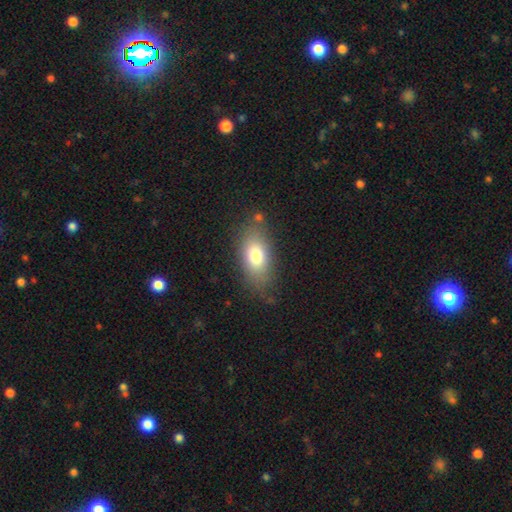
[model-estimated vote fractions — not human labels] Q: Smooth or featured?
A: smooth (75%); runner-up: featured or disk (16%)
Q: How rounded?
A: in between (84%); runner-up: round (8%)
Q: Merging?
A: none (77%); runner-up: minor disturbance (15%)